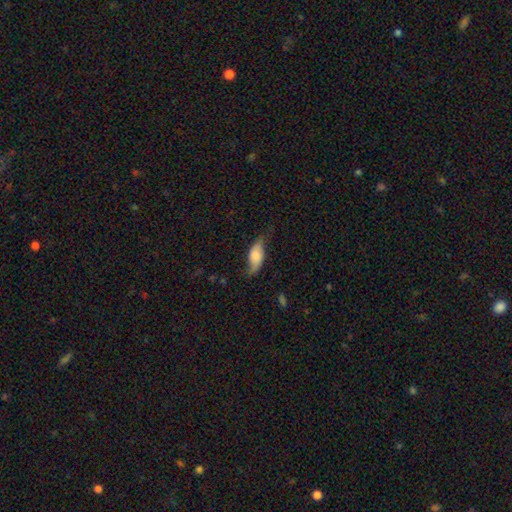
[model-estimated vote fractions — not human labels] smooth-or-featured: smooth: 54% | featured or disk: 39% | star or artifact: 8%
  how-rounded: in between: 82% | cigar-shaped: 14% | round: 4%
  merging: none: 56% | minor disturbance: 31% | major disturbance: 12% | merger: 2%